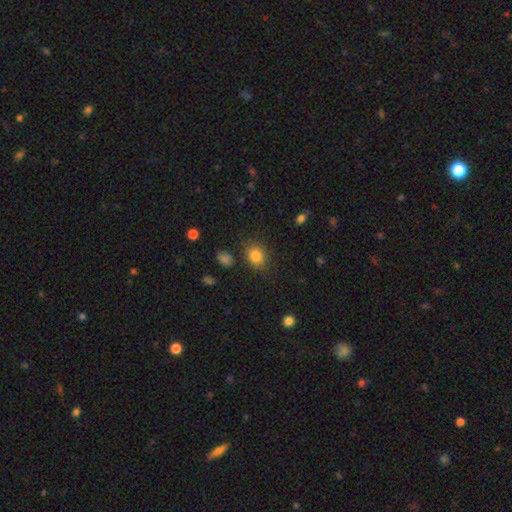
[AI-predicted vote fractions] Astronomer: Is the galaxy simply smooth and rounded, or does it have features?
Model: smooth — 83%.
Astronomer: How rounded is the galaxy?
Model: round — 59% (runner-up: in between, 40%).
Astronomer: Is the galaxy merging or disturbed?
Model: none — 80%.